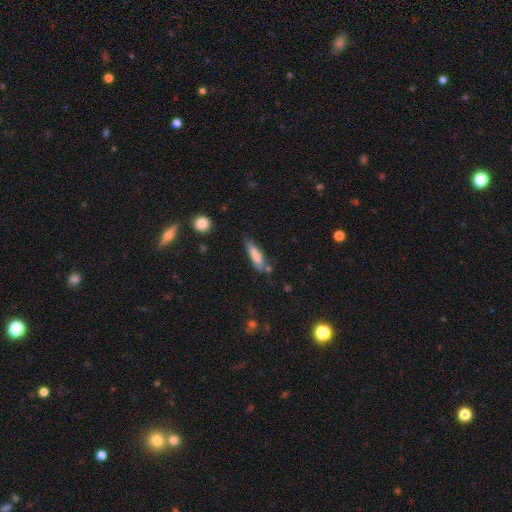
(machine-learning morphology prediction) type=smooth (77%); roundness=cigar-shaped (72%); merging=none (60%).